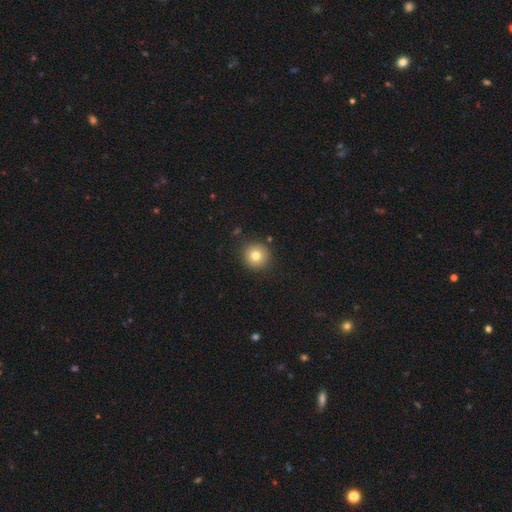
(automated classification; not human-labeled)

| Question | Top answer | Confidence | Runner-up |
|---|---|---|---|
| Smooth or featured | smooth | 78% | star or artifact (11%) |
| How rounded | round | 93% | in between (6%) |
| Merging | none | 89% | minor disturbance (7%) |